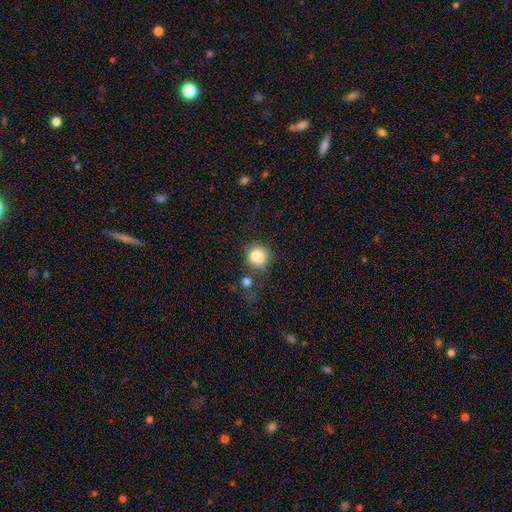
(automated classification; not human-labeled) A smooth galaxy with no disk features (79%) that is round (85%). Merging: none (55%).